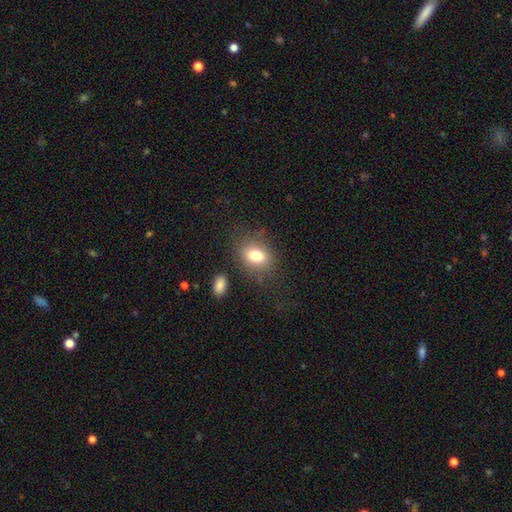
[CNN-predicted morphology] This is likely a smooth galaxy (78%). How rounded: likely in between (70%). Merging: likely none (75%).